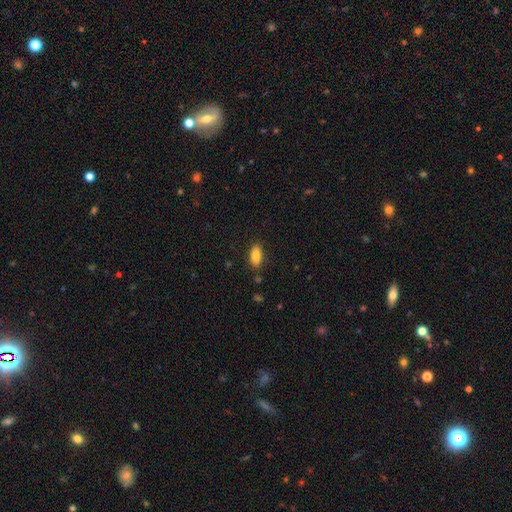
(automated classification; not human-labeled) Smooth or featured?
  - smooth: 86% *
  - star or artifact: 7%
  - featured or disk: 7%
How rounded?
  - in between: 88% *
  - cigar-shaped: 9%
  - round: 3%
Merging?
  - none: 85% *
  - minor disturbance: 11%
  - major disturbance: 3%
  - merger: 2%